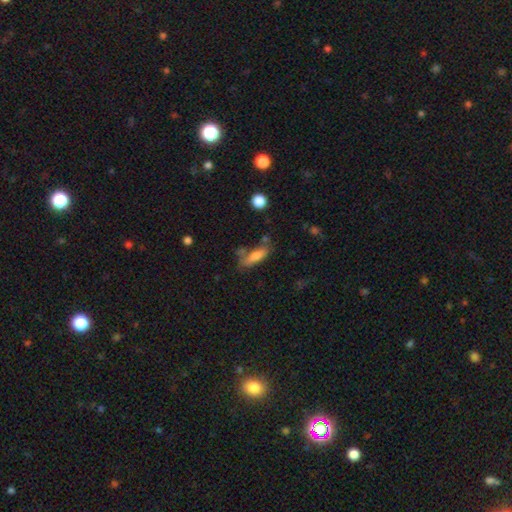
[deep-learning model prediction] smooth 72%, featured or disk 20%, star or artifact 8%. Down the decision tree: how rounded — in between (53%); merging — none (53%).